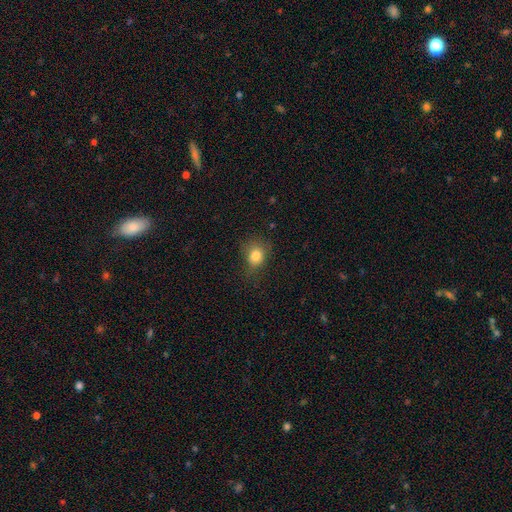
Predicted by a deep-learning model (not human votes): smooth-or-featured: smooth: 81% | star or artifact: 11% | featured or disk: 8%
  how-rounded: round: 65% | in between: 34% | cigar-shaped: 1%
  merging: none: 66% | minor disturbance: 23% | major disturbance: 9% | merger: 1%